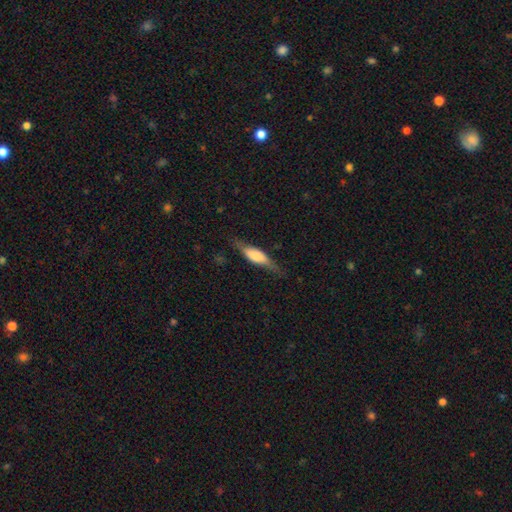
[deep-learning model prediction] Overall: smooth (49%; featured or disk 44%). Merging: none (70%).